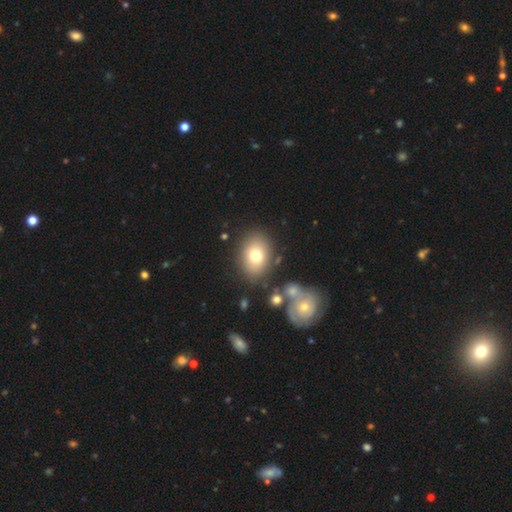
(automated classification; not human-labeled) Q: Smooth or featured?
A: smooth (75%); runner-up: featured or disk (15%)
Q: How rounded?
A: in between (70%); runner-up: round (29%)
Q: Merging?
A: none (77%); runner-up: minor disturbance (11%)